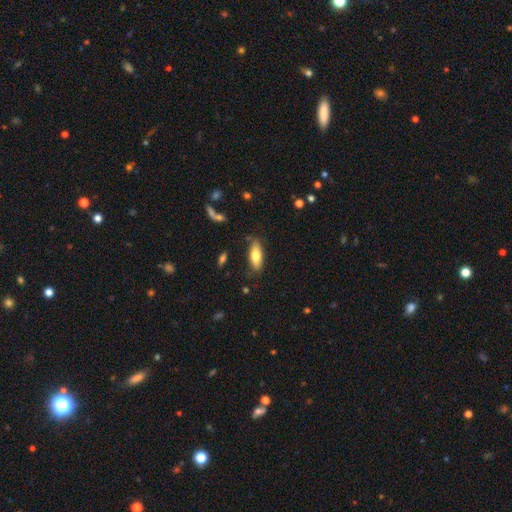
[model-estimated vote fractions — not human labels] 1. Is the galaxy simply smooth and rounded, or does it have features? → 74% smooth, 20% featured or disk, 6% star or artifact.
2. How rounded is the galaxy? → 71% in between, 27% cigar-shaped, 2% round.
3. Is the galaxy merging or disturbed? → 76% none, 17% minor disturbance, 4% major disturbance, 2% merger.